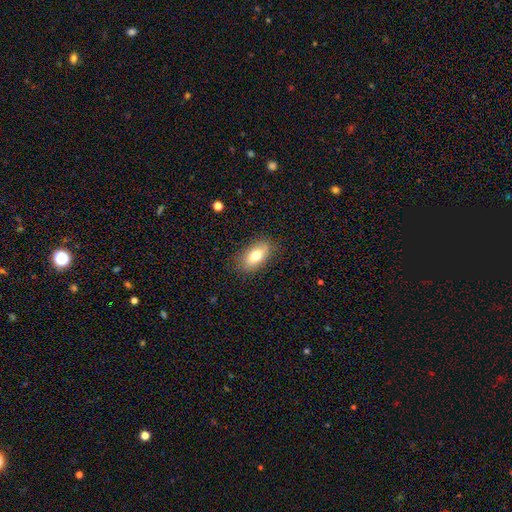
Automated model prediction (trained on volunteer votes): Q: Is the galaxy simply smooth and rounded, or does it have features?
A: smooth — 77%.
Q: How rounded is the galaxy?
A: in between — 89%.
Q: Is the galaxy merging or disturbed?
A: none — 83%.